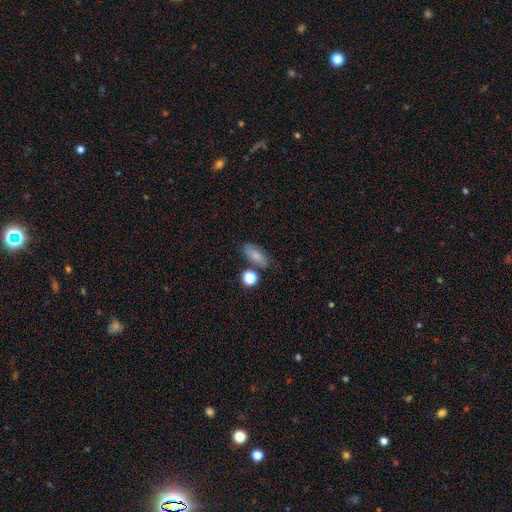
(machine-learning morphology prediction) Q: Smooth or featured?
A: smooth (77%); runner-up: featured or disk (13%)
Q: How rounded?
A: in between (79%); runner-up: cigar-shaped (12%)
Q: Merging?
A: none (69%); runner-up: minor disturbance (16%)